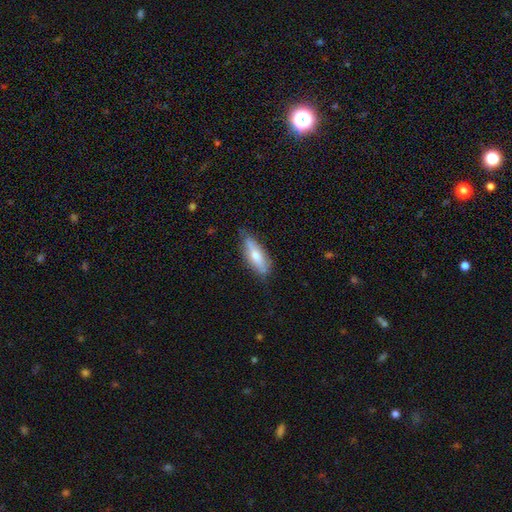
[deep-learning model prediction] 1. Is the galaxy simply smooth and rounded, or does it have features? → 56% smooth, 38% featured or disk, 6% star or artifact.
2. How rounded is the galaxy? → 50% in between, 48% cigar-shaped, 2% round.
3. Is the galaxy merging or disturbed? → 74% none, 20% minor disturbance, 4% major disturbance, 1% merger.